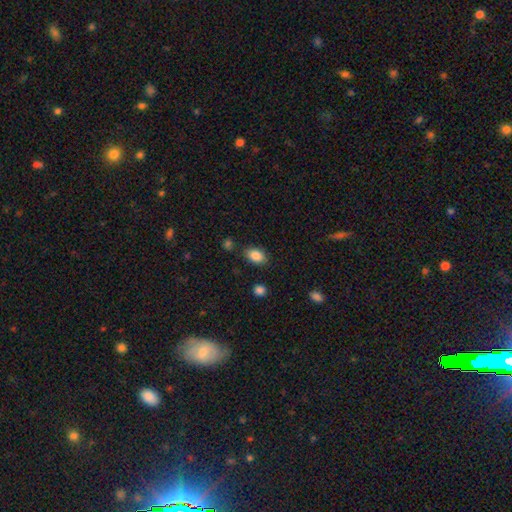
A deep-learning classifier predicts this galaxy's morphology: The model was most divided on "merging": none: 82%, minor disturbance: 12%, major disturbance: 3%, merger: 3%. More confident: smooth or featured — smooth (87%); how rounded — in between (84%).